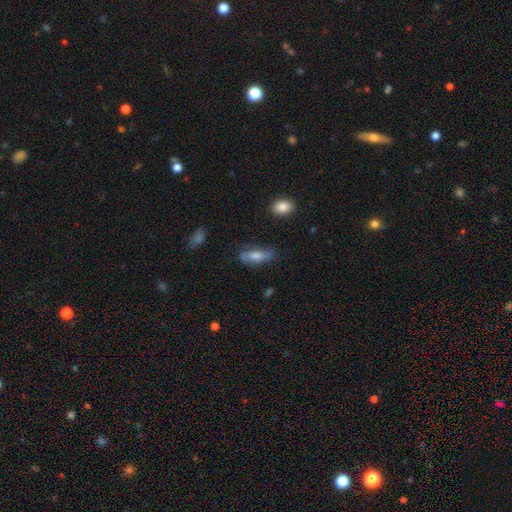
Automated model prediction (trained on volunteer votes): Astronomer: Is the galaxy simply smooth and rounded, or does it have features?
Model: smooth — 58%.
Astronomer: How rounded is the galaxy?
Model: in between — 52% (runner-up: cigar-shaped, 45%).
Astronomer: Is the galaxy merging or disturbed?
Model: none — 73%.